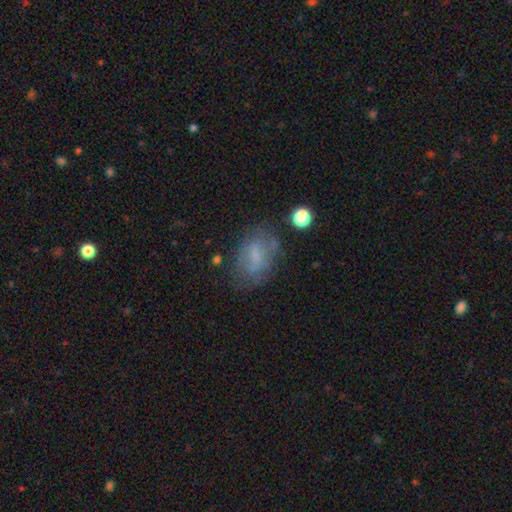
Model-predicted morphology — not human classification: type=smooth (53%); roundness=in between (82%); merging=none (59%).